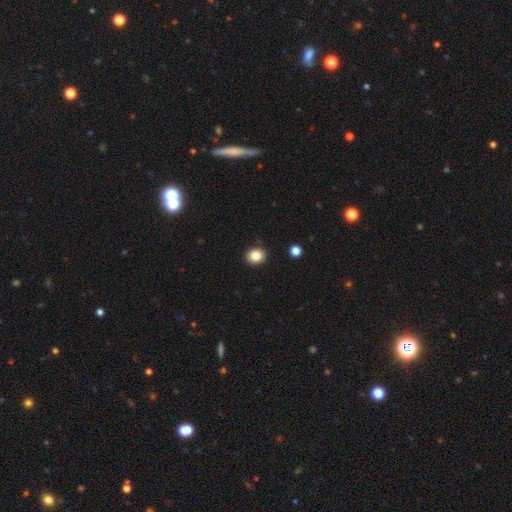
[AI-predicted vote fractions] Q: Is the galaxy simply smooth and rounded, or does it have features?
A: smooth — 85%.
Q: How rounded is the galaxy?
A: round — 59%.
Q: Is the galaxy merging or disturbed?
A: none — 90%.